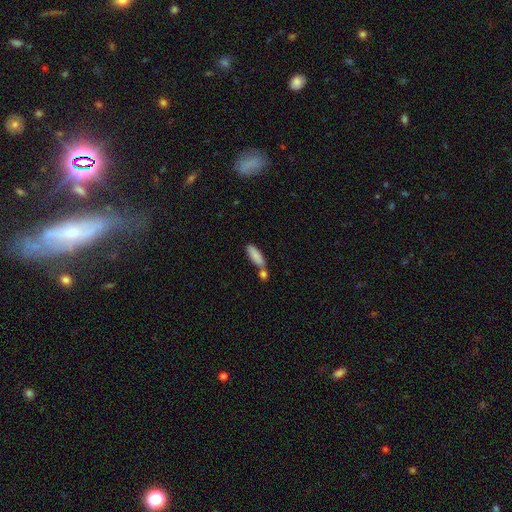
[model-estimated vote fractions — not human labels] This is clearly a smooth galaxy (85%). How rounded: possibly in between (56%). Merging: possibly none (52%).